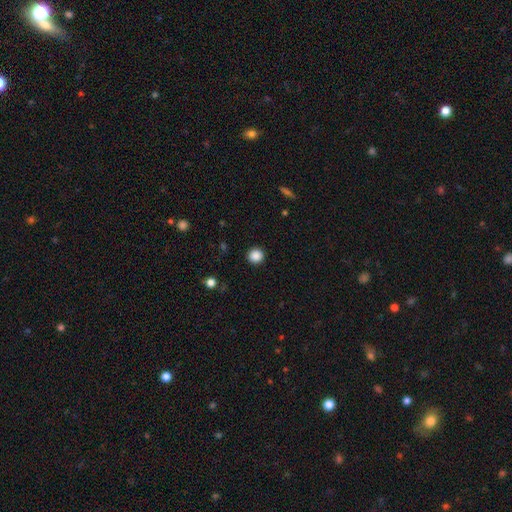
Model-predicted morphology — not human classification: This appears to be a smooth galaxy with no disk features (87%) that is round (94%). Merging: none (92%).